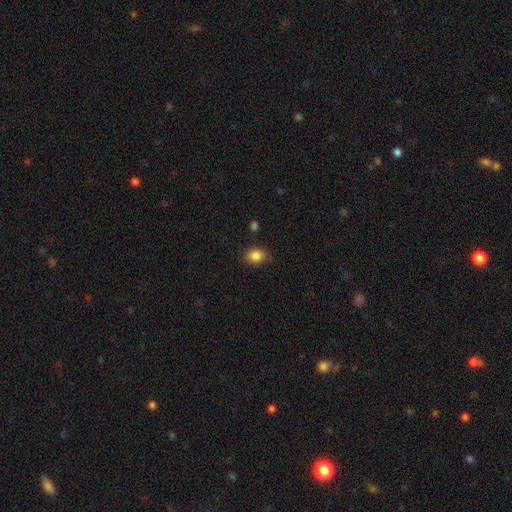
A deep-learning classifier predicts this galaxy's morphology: Smooth or featured: smooth — 85% (star or artifact — 10%)
How rounded: round — 58% (in between — 41%)
Merging: none — 79% (minor disturbance — 15%)